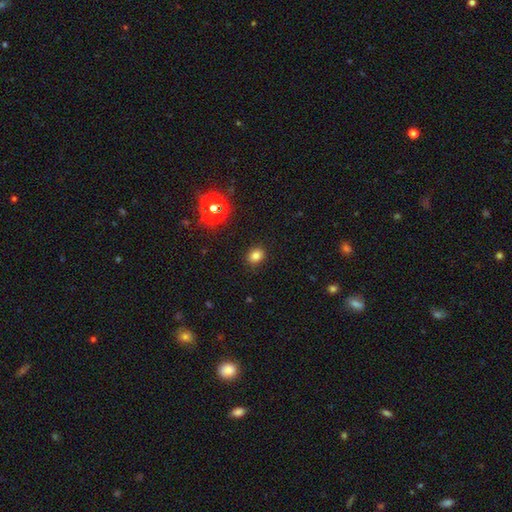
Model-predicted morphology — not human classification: The model was most divided on "how rounded": round: 50%, in between: 49%, cigar-shaped: 1%. More confident: merging — none (88%); smooth or featured — smooth (80%).